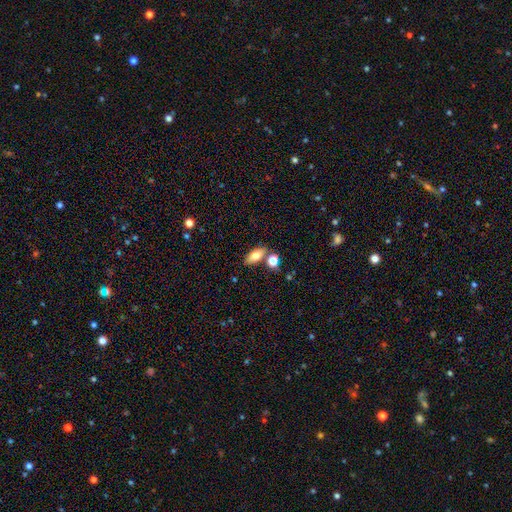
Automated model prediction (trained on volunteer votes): This appears to be a smooth galaxy with no disk features (79%) that is in between round and cigar-shaped (84%). Merging: none (68%).